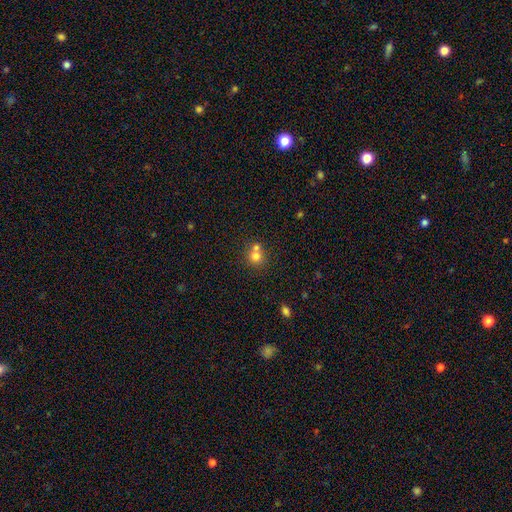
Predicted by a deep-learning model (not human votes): A smooth galaxy with no disk features (74%) that is round (85%). Merging: merger (47%).